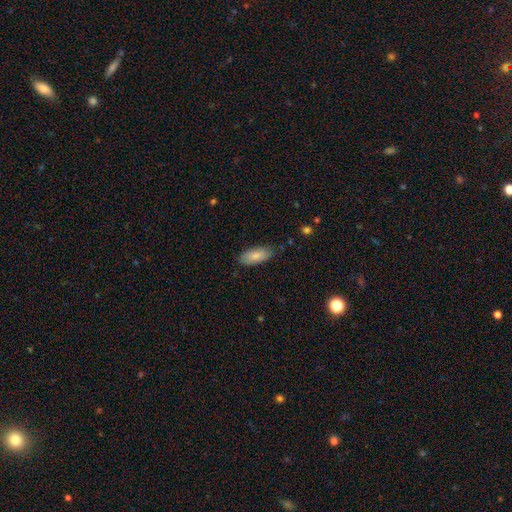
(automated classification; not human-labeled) This appears to be a smooth galaxy with no disk features (84%) that is in between round and cigar-shaped (84%). Merging: none (80%).